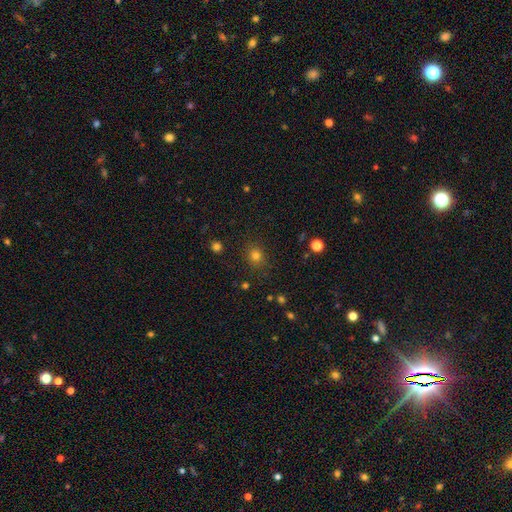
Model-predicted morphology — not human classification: smooth 77%, star or artifact 17%, featured or disk 6%. Down the decision tree: how rounded — round (77%); merging — none (85%).